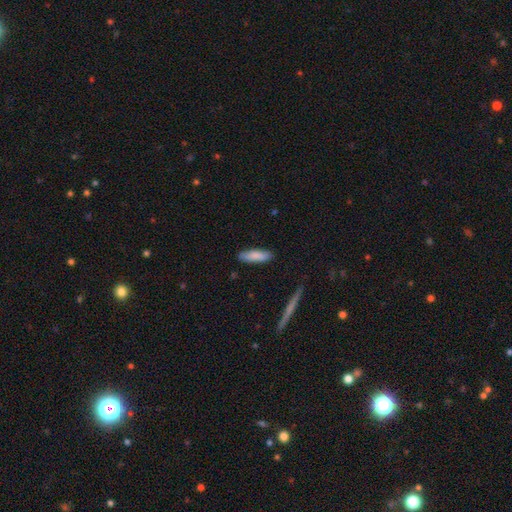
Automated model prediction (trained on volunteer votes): Overall: smooth (83%). How rounded: cigar-shaped (58%; in between 40%). Merging: none (85%).